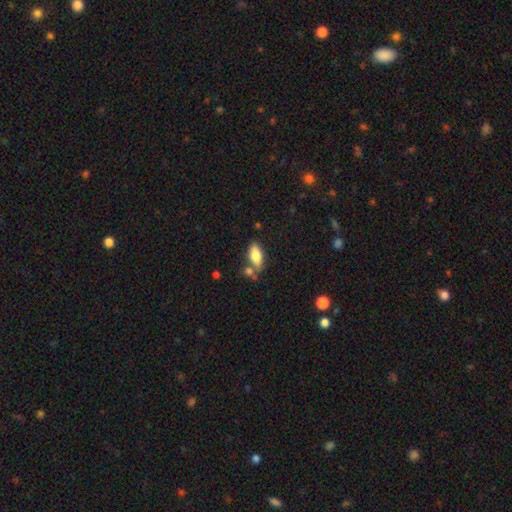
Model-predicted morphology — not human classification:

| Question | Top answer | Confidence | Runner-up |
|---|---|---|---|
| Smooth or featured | smooth | 74% | featured or disk (19%) |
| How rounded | in between | 80% | cigar-shaped (17%) |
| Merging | none | 61% | merger (18%) |